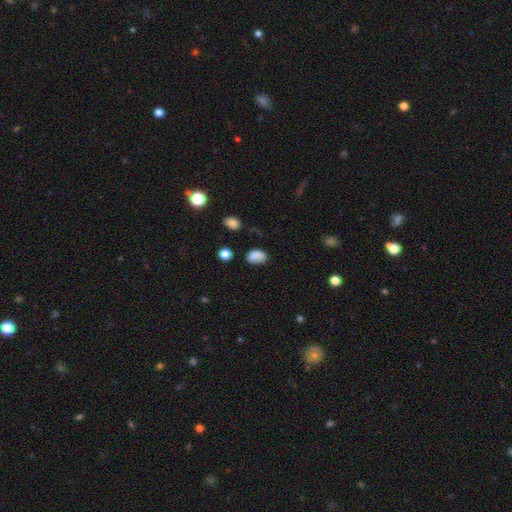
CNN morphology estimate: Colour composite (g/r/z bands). It shows a smooth galaxy with no disk features (83%) that is in between round and cigar-shaped (83%). Merging: none (64%).